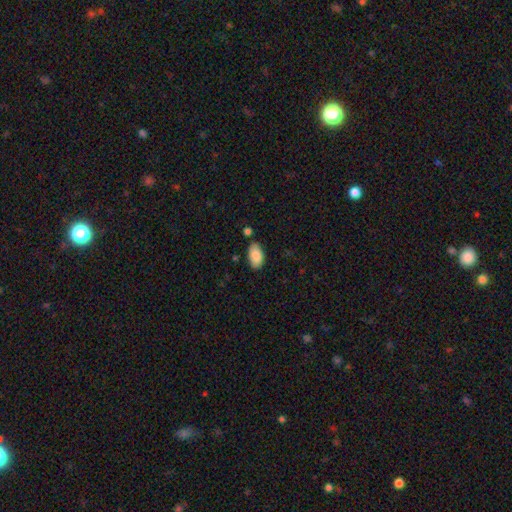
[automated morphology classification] This is clearly a smooth galaxy (88%). How rounded: clearly in between (95%). Merging: likely none (79%).